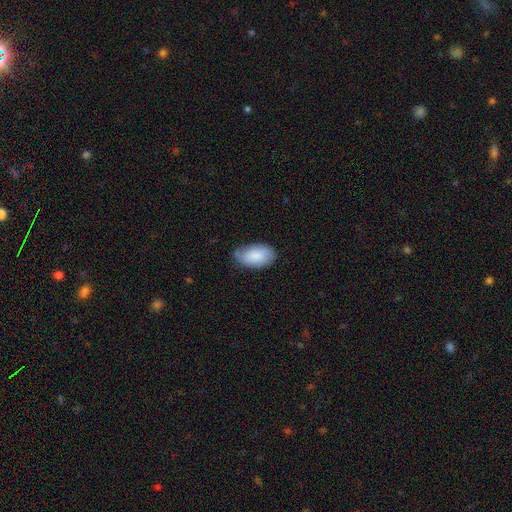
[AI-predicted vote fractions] smooth 85%, featured or disk 9%, star or artifact 6%. Down the decision tree: how rounded — in between (95%); merging — none (66%).